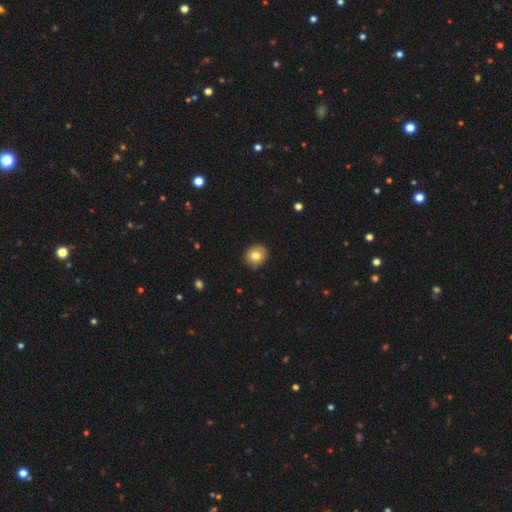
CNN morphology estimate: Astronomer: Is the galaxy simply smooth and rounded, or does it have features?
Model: smooth — 79%.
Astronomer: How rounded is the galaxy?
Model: round — 82%.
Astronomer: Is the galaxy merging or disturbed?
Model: none — 90%.